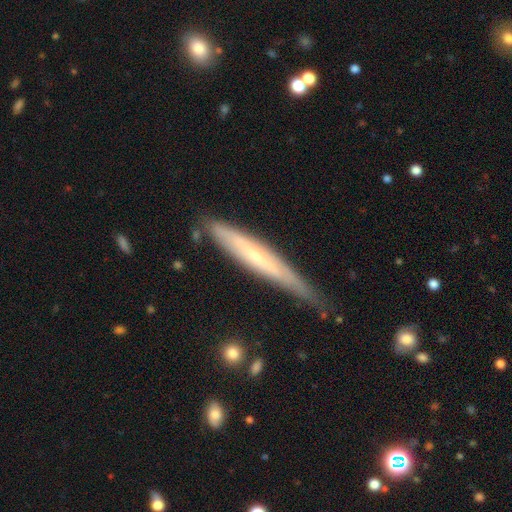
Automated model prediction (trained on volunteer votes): This is possibly a featured or disk galaxy (56%). It is clearly viewed edge-on (86%). Merging: likely none (65%).